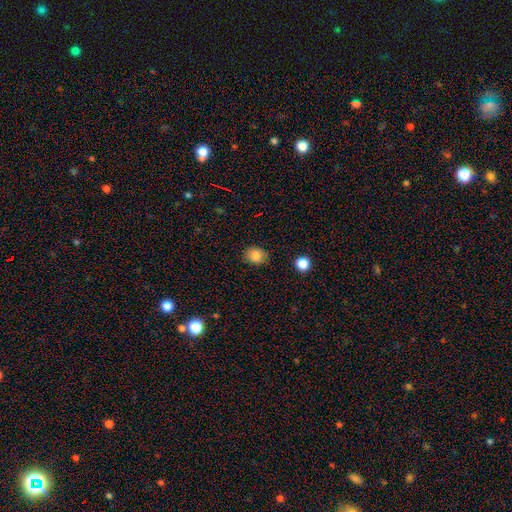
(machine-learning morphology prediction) Overall: smooth (85%). How rounded: round (65%; in between 34%). Merging: none (82%).